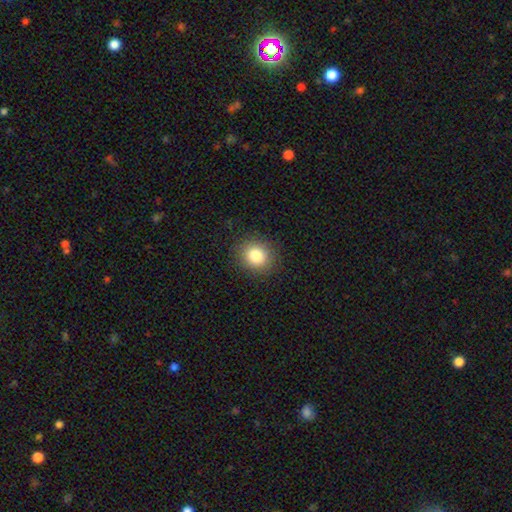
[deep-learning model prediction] A smooth galaxy with no disk features (81%) that is round (80%). Merging: none (89%).